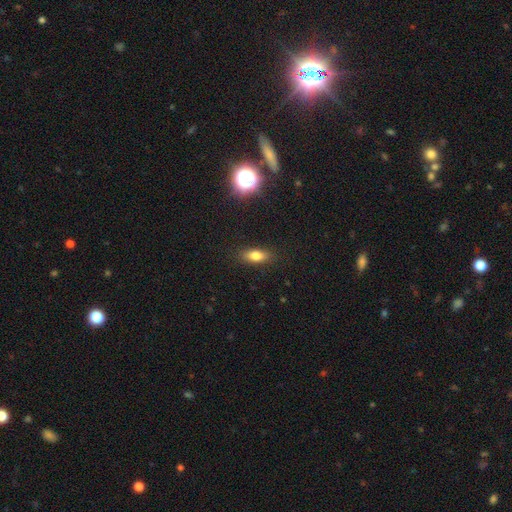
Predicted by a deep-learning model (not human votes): Smooth or featured?
  - smooth: 77% *
  - star or artifact: 11%
  - featured or disk: 11%
How rounded?
  - in between: 76% *
  - cigar-shaped: 18%
  - round: 6%
Merging?
  - none: 87% *
  - minor disturbance: 9%
  - major disturbance: 3%
  - merger: 1%